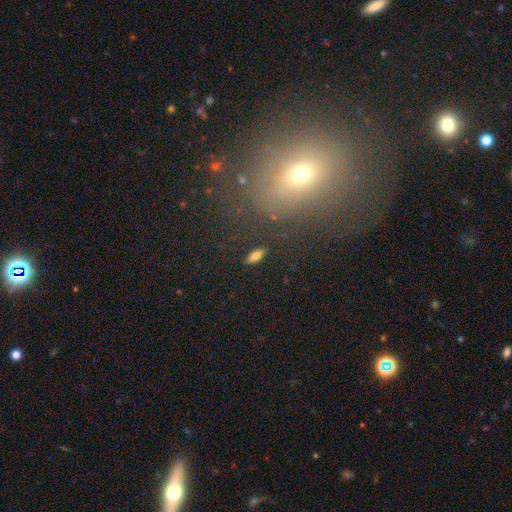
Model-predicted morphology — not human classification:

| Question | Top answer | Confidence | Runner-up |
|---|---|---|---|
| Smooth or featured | smooth | 78% | featured or disk (13%) |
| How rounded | in between | 74% | cigar-shaped (23%) |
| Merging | none | 87% | minor disturbance (8%) |